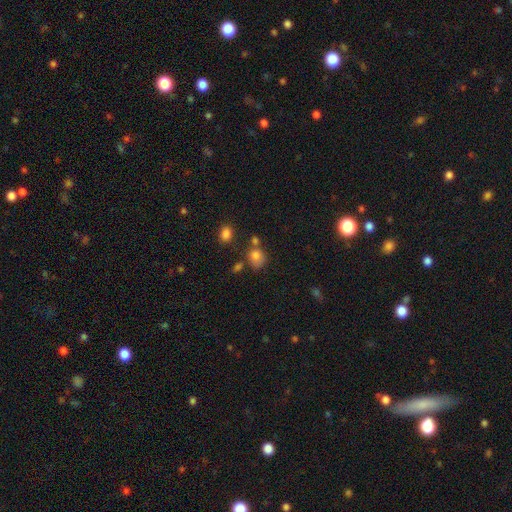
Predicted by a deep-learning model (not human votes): This is likely a smooth galaxy (77%). How rounded: possibly round (58%). Merging: possibly none (49%).